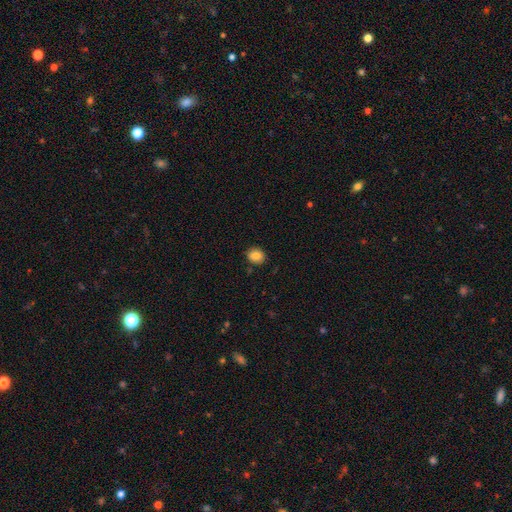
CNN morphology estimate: A smooth galaxy with no disk features (84%) that is round (67%).

Vote fractions:
- Smooth or featured? smooth: 84% / star or artifact: 9% / featured or disk: 7%
- How rounded? round: 67% / in between: 32% / cigar-shaped: 1%
- Merging? none: 88% / minor disturbance: 9% / major disturbance: 2% / merger: 2%